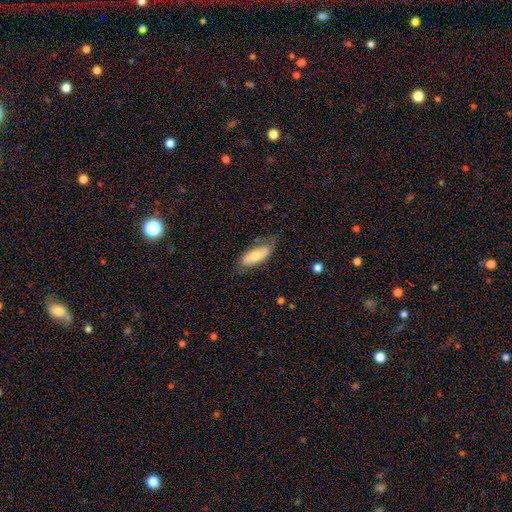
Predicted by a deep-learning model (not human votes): Q: Smooth or featured?
A: smooth (70%); runner-up: featured or disk (24%)
Q: How rounded?
A: in between (78%); runner-up: cigar-shaped (20%)
Q: Merging?
A: none (62%); runner-up: minor disturbance (28%)